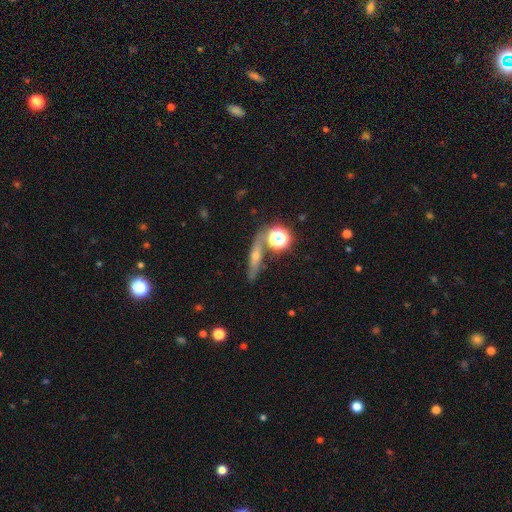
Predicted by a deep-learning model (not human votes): featured or disk 48%, smooth 32%, star or artifact 20%. Down the decision tree: merging — none (76%).